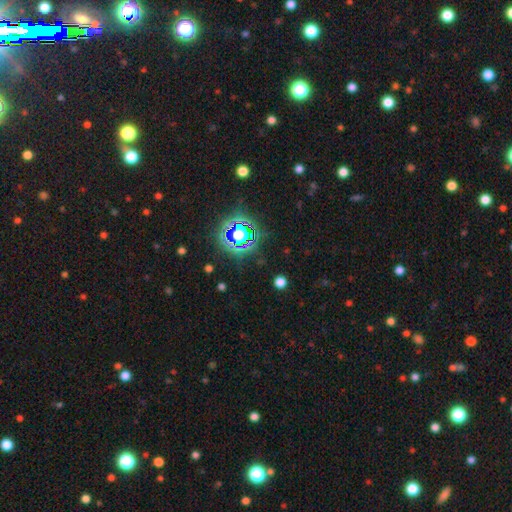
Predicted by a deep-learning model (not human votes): Smooth or featured? Predicted: star or artifact (p=0.77).